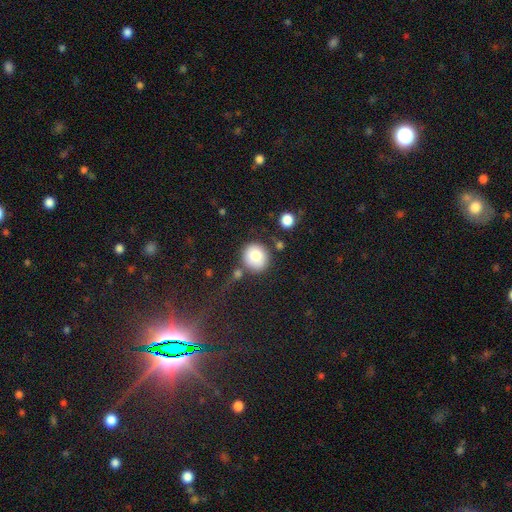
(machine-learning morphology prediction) A smooth galaxy with no disk features (79%) that is round (90%).

Vote fractions:
- Smooth or featured? smooth: 79% / featured or disk: 12% / star or artifact: 9%
- How rounded? round: 90% / in between: 9% / cigar-shaped: 1%
- Merging? none: 75% / minor disturbance: 11% / merger: 10% / major disturbance: 4%